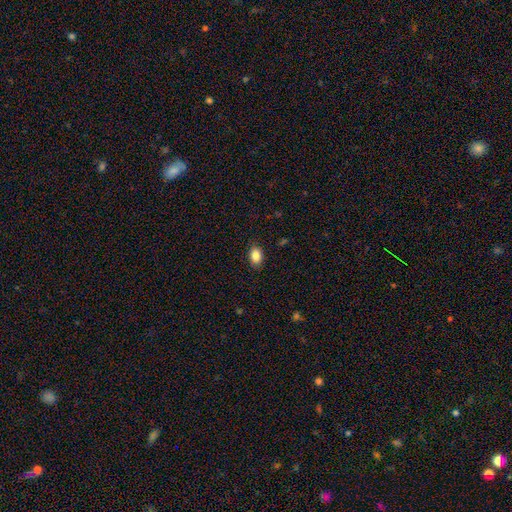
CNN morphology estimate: The model was most divided on "how rounded": in between: 82%, round: 17%, cigar-shaped: 1%. More confident: merging — none (88%); smooth or featured — smooth (86%).